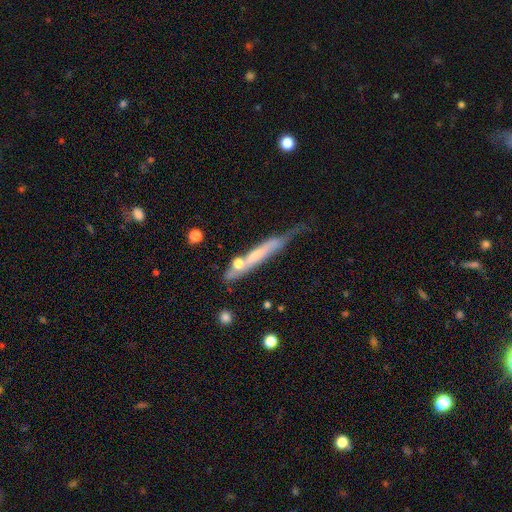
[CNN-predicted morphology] This is possibly a featured or disk galaxy (51%). It is likely viewed edge-on (78%). Merging: marginally none (39%).